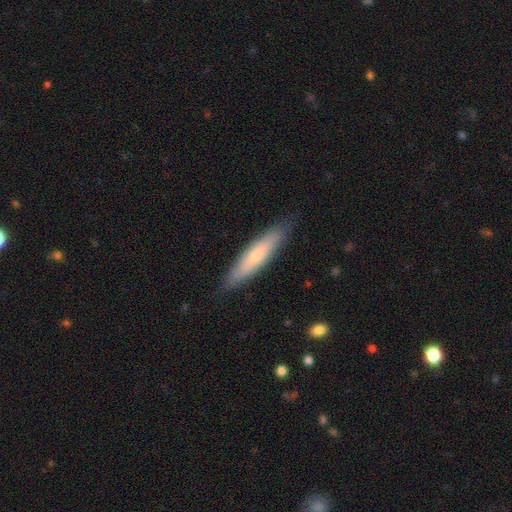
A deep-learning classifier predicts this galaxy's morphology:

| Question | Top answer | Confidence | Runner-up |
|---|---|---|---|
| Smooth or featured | smooth | 66% | featured or disk (28%) |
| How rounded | cigar-shaped | 83% | in between (16%) |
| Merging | none | 85% | minor disturbance (11%) |